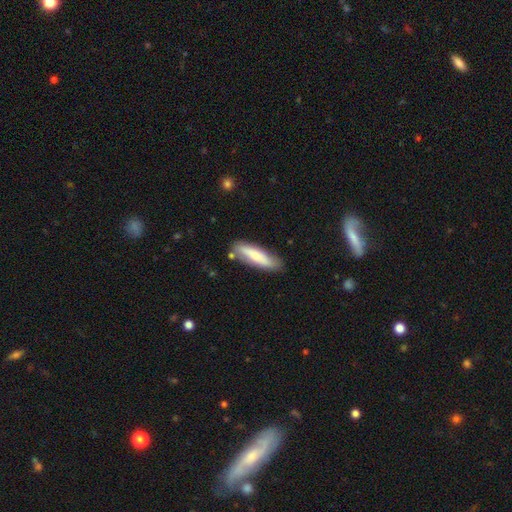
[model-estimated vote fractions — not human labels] Smooth or featured? Predicted: smooth (p=0.63). How rounded? Predicted: cigar-shaped (p=0.67). Merging? Predicted: none (p=0.77).